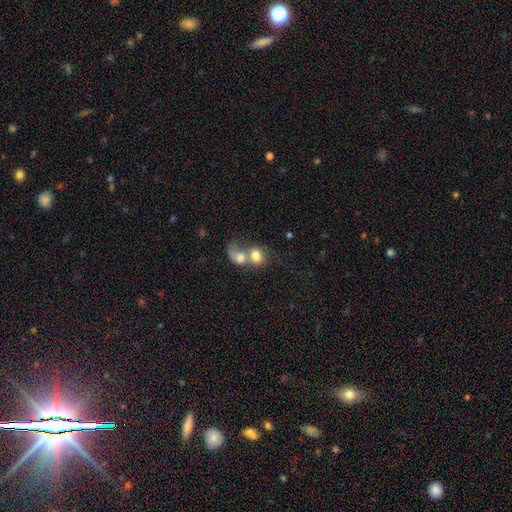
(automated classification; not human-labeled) smooth-or-featured: smooth: 72% | featured or disk: 19% | star or artifact: 9%
  how-rounded: in between: 52% | round: 47% | cigar-shaped: 1%
  merging: merger: 76% | none: 13% | major disturbance: 6% | minor disturbance: 5%